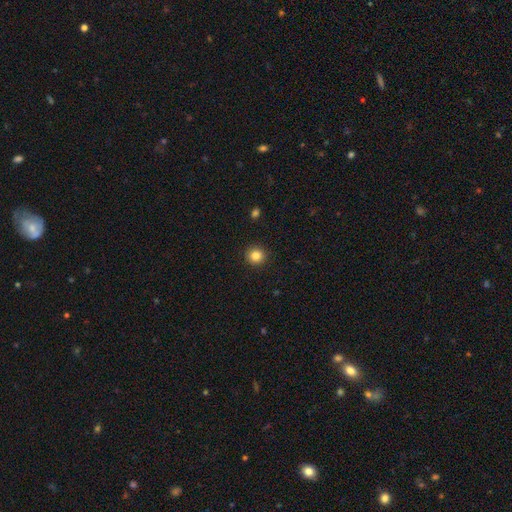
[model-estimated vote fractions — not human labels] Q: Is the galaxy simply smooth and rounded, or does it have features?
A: smooth — 84%.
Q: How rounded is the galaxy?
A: round — 93%.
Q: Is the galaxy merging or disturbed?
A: none — 92%.